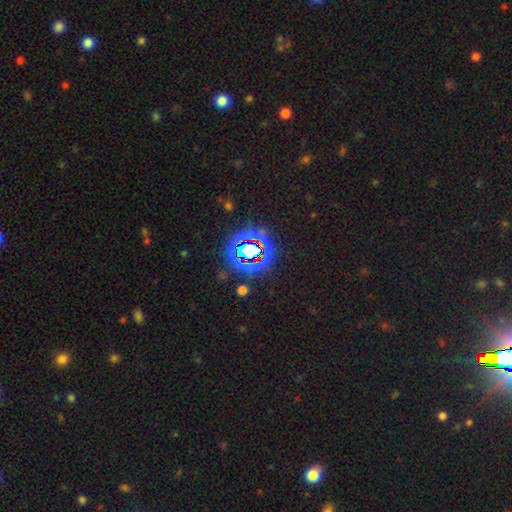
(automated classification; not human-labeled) Smooth or featured: star or artifact — 79% (smooth — 12%)